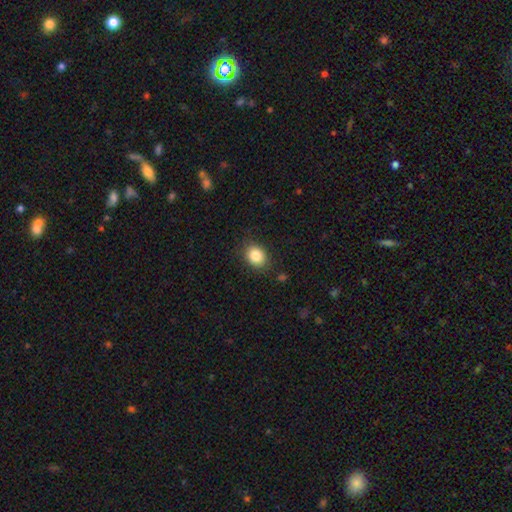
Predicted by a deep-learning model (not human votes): Smooth or featured: smooth — 85% (star or artifact — 9%)
How rounded: in between — 53% (round — 46%)
Merging: none — 85% (minor disturbance — 11%)